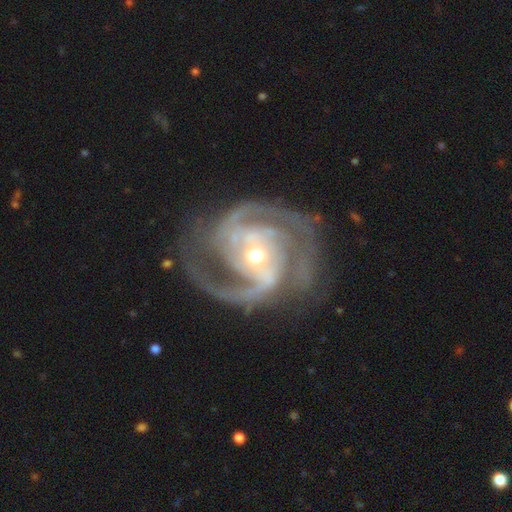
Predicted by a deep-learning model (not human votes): This appears to be a featured or disk galaxy (92%) with no bar (39%), 2 (42%) medium (49%) spiral arms (98%) and a moderate central bulge (52%). Merging: none (71%).